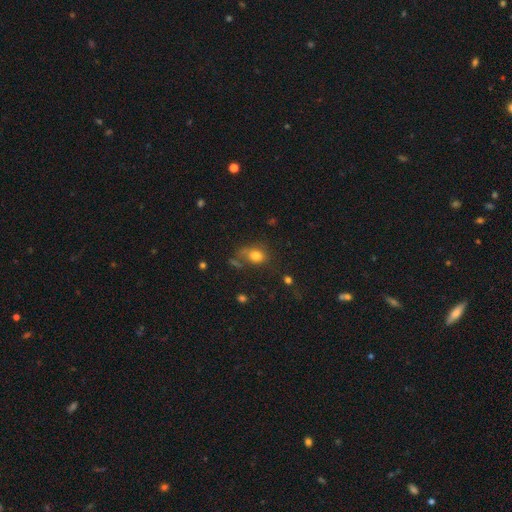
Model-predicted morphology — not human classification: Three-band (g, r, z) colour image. It shows a smooth galaxy with no disk features (78%) that is in between round and cigar-shaped (62%). Merging: none (54%).